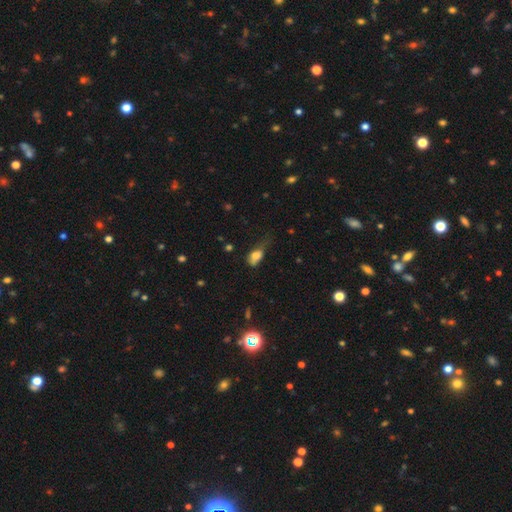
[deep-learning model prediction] This appears to be a smooth galaxy with no disk features (74%) that is in between round and cigar-shaped (80%). Merging: minor disturbance (37%).